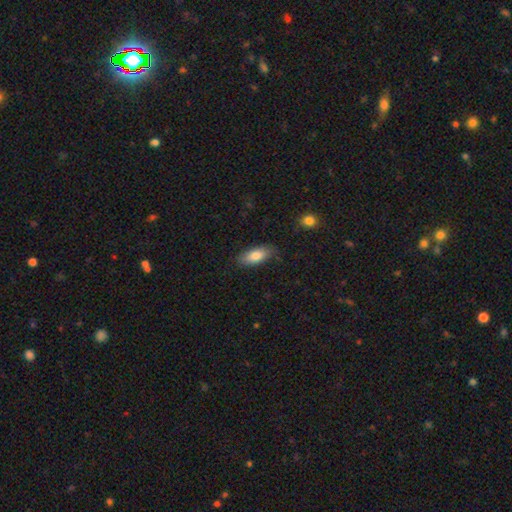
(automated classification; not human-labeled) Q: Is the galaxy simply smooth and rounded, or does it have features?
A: smooth — 81%.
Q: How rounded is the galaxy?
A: in between — 84%.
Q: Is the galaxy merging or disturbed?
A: none — 80%.